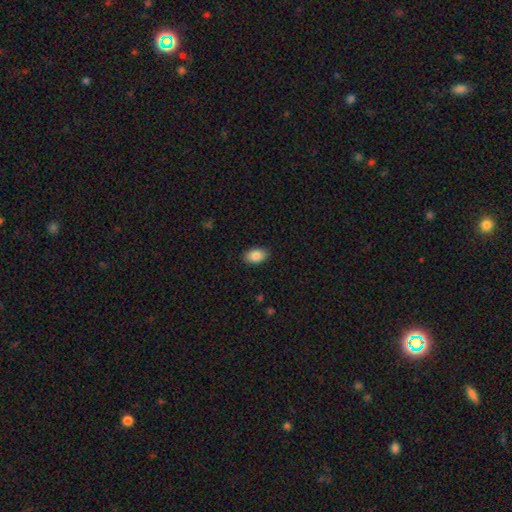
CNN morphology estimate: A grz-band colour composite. It shows a smooth galaxy with no disk features (88%) that is in between round and cigar-shaped (90%). Merging: none (88%).